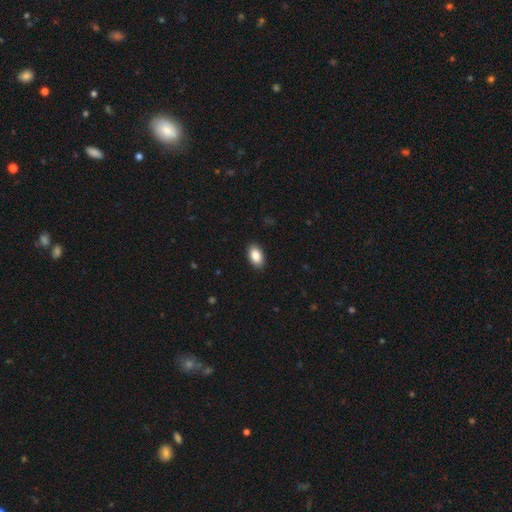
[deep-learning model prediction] A smooth galaxy with no disk features (88%) that is in between round and cigar-shaped (94%). Merging: none (89%).